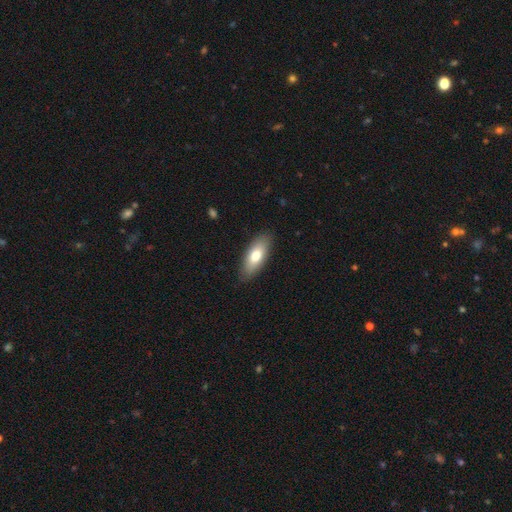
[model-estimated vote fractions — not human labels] Smooth or featured? smooth (75%)
How rounded? in between (76%)
Merging? none (87%)